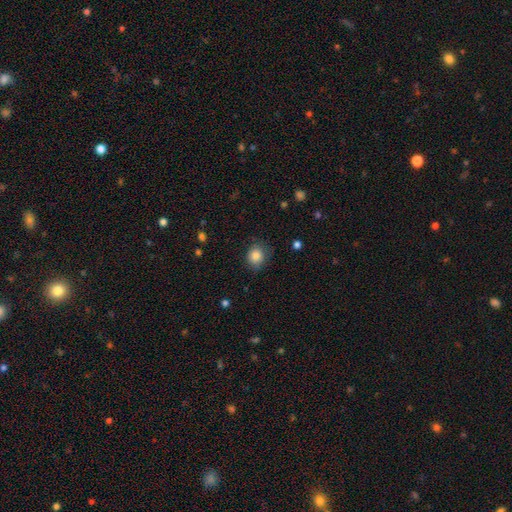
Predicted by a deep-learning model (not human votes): A smooth galaxy with no disk features (84%) that is round (72%).

Vote fractions:
- Smooth or featured? smooth: 84% / star or artifact: 9% / featured or disk: 6%
- How rounded? round: 72% / in between: 27% / cigar-shaped: 1%
- Merging? none: 76% / minor disturbance: 18% / major disturbance: 4% / merger: 1%